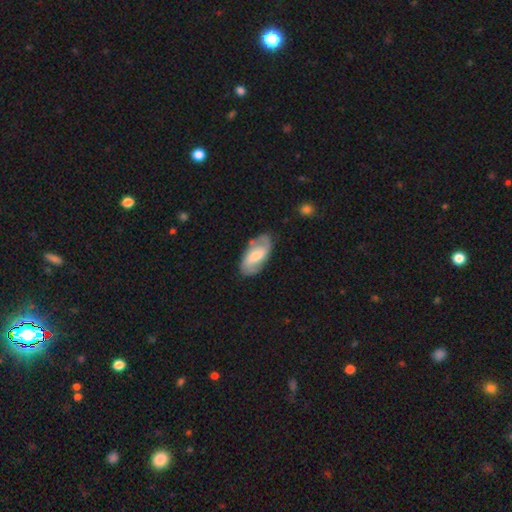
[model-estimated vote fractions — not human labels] The model was most divided on "spiral winding": medium: 44%, loose: 31%, tight: 25%. Remaining: edge-on disk — no (95%); spiral arms — yes (87%); spiral arm count — 2 (84%); merging — none (78%); smooth or featured — featured or disk (66%); bulge size — moderate (51%); bar — weak (47%).